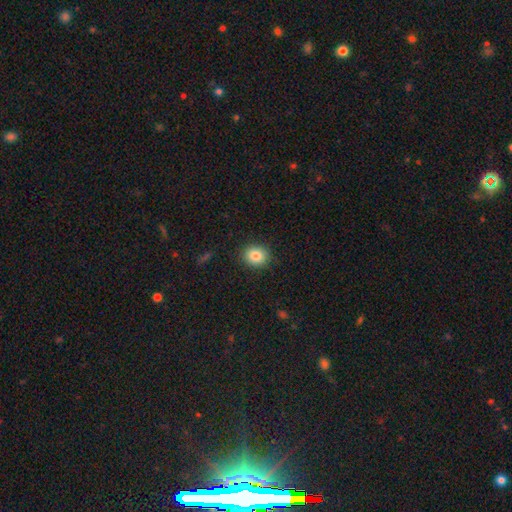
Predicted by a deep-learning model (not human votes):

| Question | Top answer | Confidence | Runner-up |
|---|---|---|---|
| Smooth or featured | smooth | 84% | star or artifact (10%) |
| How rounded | round | 73% | in between (26%) |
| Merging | none | 89% | minor disturbance (8%) |